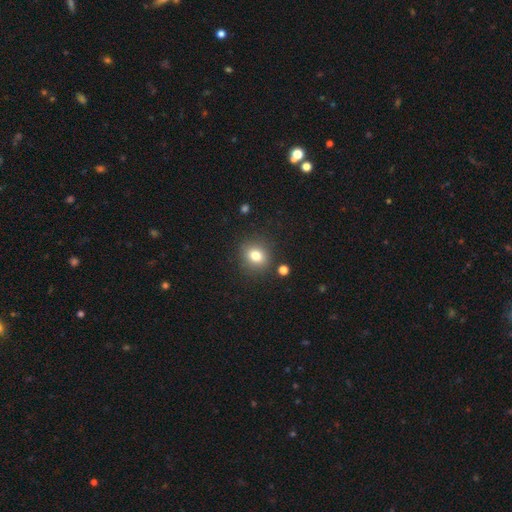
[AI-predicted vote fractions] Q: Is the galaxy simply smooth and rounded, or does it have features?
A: smooth — 79%.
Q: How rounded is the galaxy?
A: round — 75%.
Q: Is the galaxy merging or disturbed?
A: none — 86%.